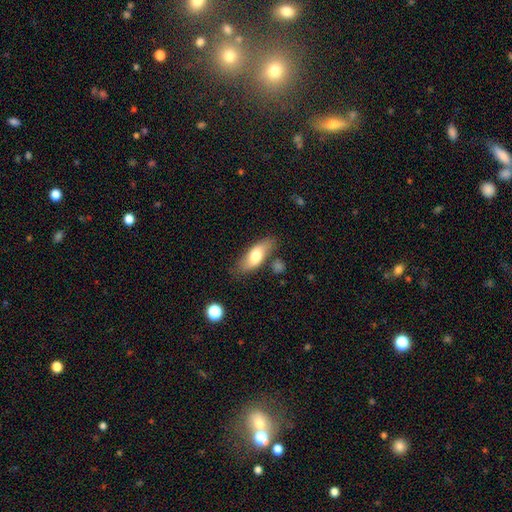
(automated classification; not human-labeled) Overall: smooth (68%). How rounded: in between (76%). Merging: none (75%).